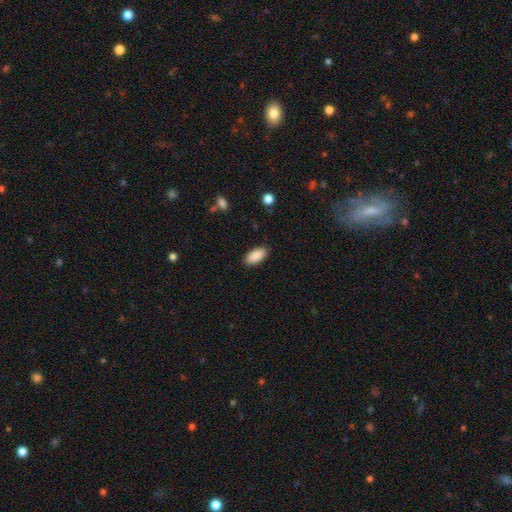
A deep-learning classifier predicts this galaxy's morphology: smooth_or_featured: smooth (p=0.90) [alt: star or artifact p=0.07]
how_rounded: in between (p=0.91) [alt: cigar-shaped p=0.07]
merging: none (p=0.88) [alt: minor disturbance p=0.09]